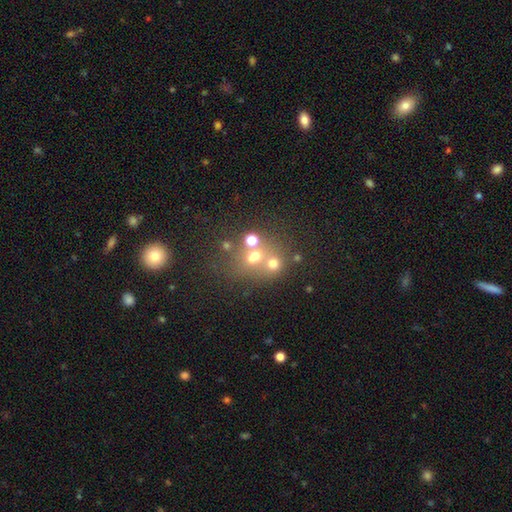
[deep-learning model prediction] Smooth or featured? smooth (53%)
How rounded? round (70%)
Merging? none (43%)